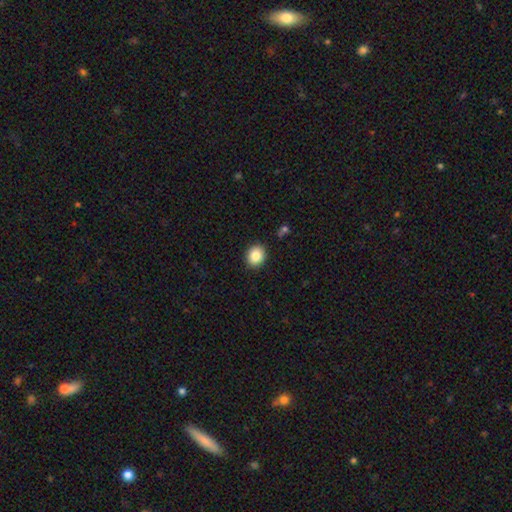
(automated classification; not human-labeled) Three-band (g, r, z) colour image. It shows a smooth galaxy with no disk features (86%) that is round (66%). Merging: none (90%).